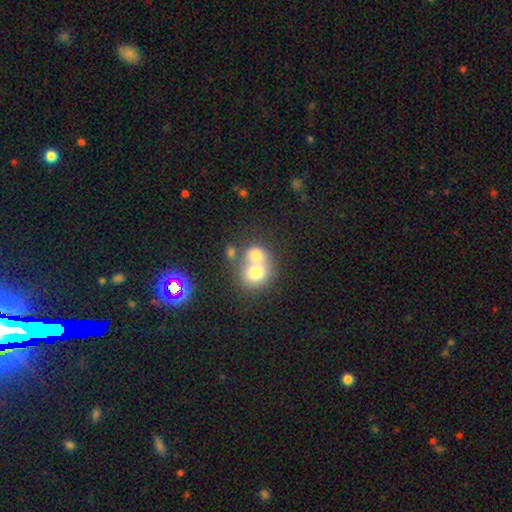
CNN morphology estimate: Smooth or featured? smooth (70%)
How rounded? round (69%)
Merging? merger (65%)